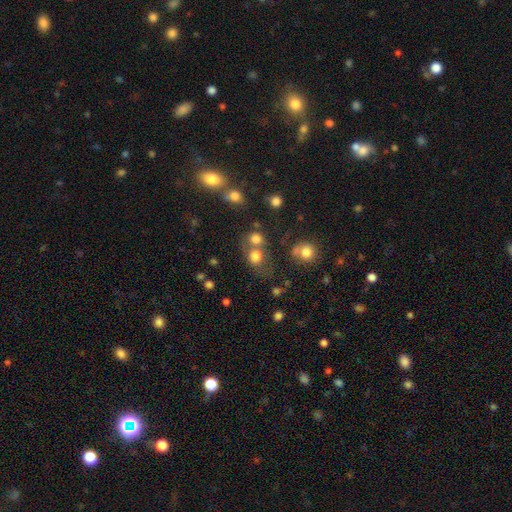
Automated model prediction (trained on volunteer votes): smooth-or-featured: smooth: 75% | star or artifact: 16% | featured or disk: 9%
  how-rounded: round: 72% | in between: 27% | cigar-shaped: 1%
  merging: none: 47% | merger: 35% | minor disturbance: 11% | major disturbance: 7%